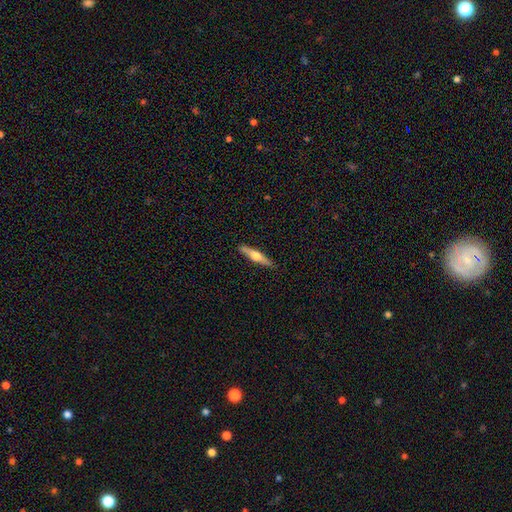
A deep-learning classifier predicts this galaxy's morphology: smooth-or-featured: featured or disk: 60% | smooth: 35% | star or artifact: 6%
  disk-edge-on: yes: 96% | no: 4%
    edge-on-bulge: rounded: 93% | none: 3% | boxy: 3%
  merging: none: 89% | minor disturbance: 8% | major disturbance: 2% | merger: 1%